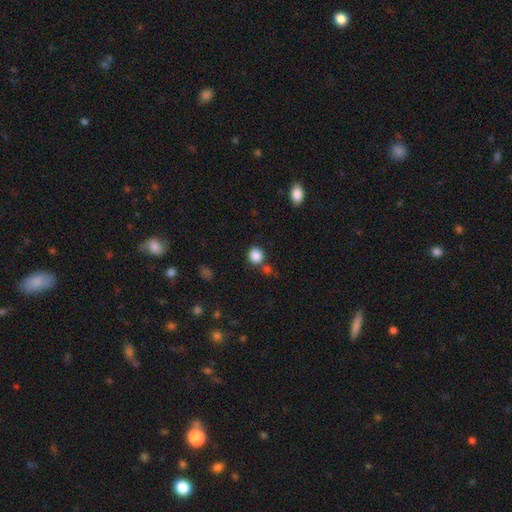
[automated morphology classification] A smooth galaxy with no disk features (86%) that is round (78%).

Vote fractions:
- Smooth or featured? smooth: 86% / star or artifact: 10% / featured or disk: 4%
- How rounded? round: 78% / in between: 21% / cigar-shaped: 1%
- Merging? none: 70% / merger: 15% / minor disturbance: 12% / major disturbance: 4%